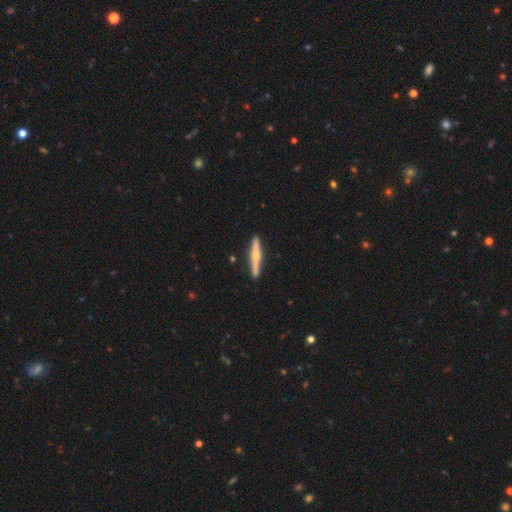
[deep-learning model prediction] Smooth or featured? Predicted: featured or disk (p=0.59). Edge-on disk? Predicted: yes (p=0.97). Edge-on bulge? Predicted: rounded (p=0.82). Merging? Predicted: none (p=0.90).